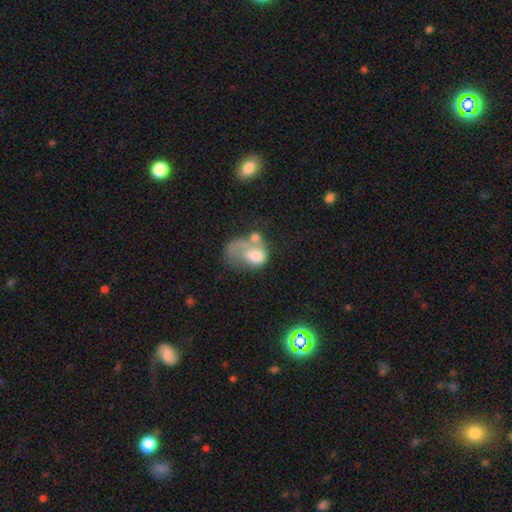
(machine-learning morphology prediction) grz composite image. It shows a smooth galaxy with no disk features (52%) that is in between round and cigar-shaped (69%). Merging: major disturbance (40%).